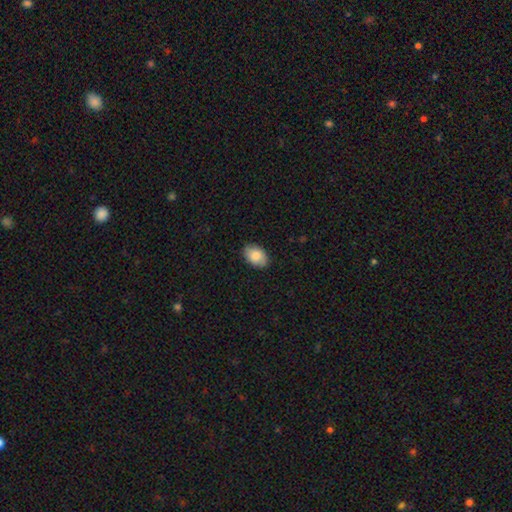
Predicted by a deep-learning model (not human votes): smooth-or-featured: smooth: 84% | featured or disk: 9% | star or artifact: 7%
  how-rounded: in between: 87% | round: 12% | cigar-shaped: 1%
  merging: none: 86% | minor disturbance: 11% | major disturbance: 2% | merger: 1%